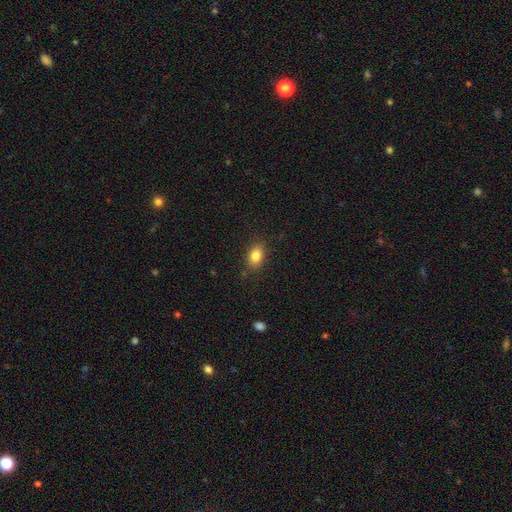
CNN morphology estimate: Smooth or featured: smooth — 84% (star or artifact — 9%)
How rounded: in between — 79% (round — 19%)
Merging: none — 85% (minor disturbance — 11%)